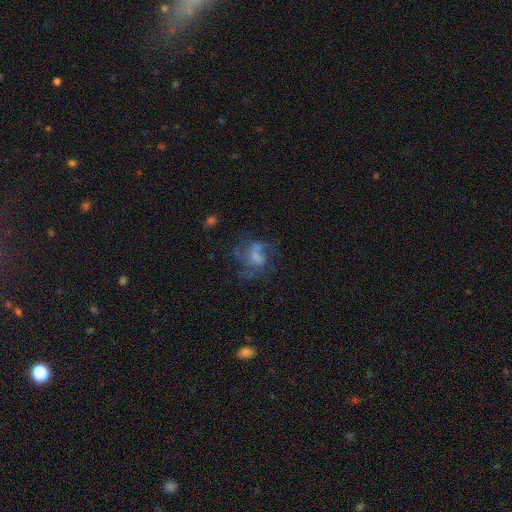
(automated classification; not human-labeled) smooth-or-featured: featured or disk: 62% | smooth: 25% | star or artifact: 13%
  disk-edge-on: no: 98% | yes: 2%
    bar: no: 66% | weak: 29% | strong: 5%
    has-spiral-arms: yes: 67% | no: 33%
    bulge-size: moderate: 37% | small: 27% | none: 25% | large: 9% | dominant: 2%
  merging: none: 47% | major disturbance: 28% | minor disturbance: 17% | merger: 7%